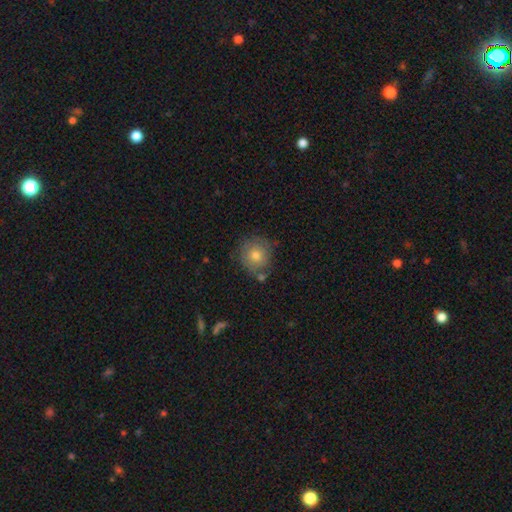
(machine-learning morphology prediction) This appears to be a smooth galaxy with no disk features (73%) that is round (90%). Merging: none (74%).